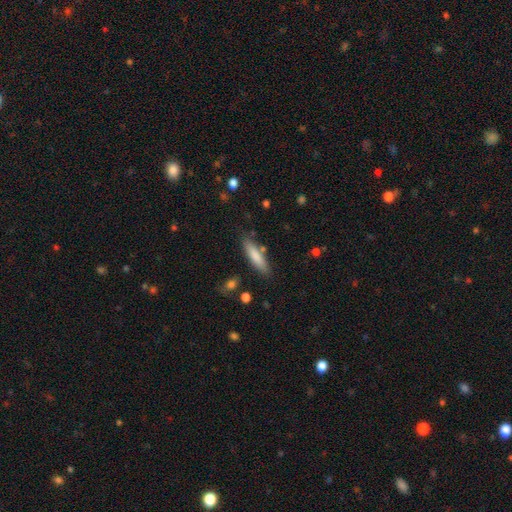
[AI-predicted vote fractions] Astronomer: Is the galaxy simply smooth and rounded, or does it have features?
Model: smooth — 80%.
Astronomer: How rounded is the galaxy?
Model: cigar-shaped — 70%.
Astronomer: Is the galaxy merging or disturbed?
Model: none — 79%.